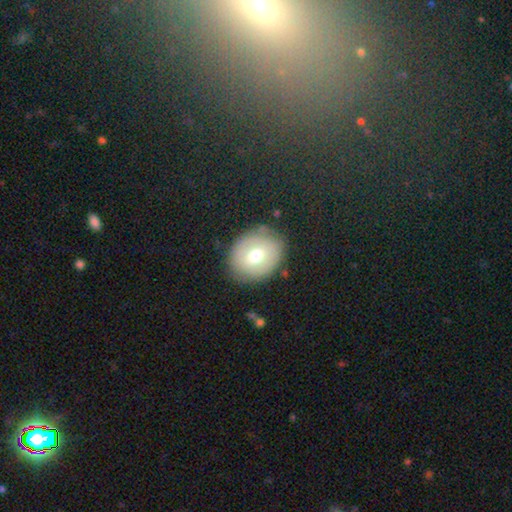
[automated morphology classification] smooth-or-featured: smooth: 64% | featured or disk: 27% | star or artifact: 9%
  how-rounded: round: 57% | in between: 42% | cigar-shaped: 1%
  merging: none: 80% | minor disturbance: 13% | major disturbance: 5% | merger: 2%